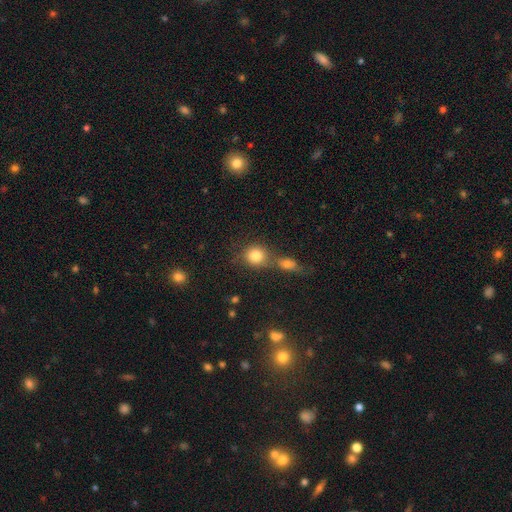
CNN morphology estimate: Smooth or featured: smooth — 81% (star or artifact — 11%)
How rounded: round — 83% (in between — 16%)
Merging: none — 49% (merger — 39%)